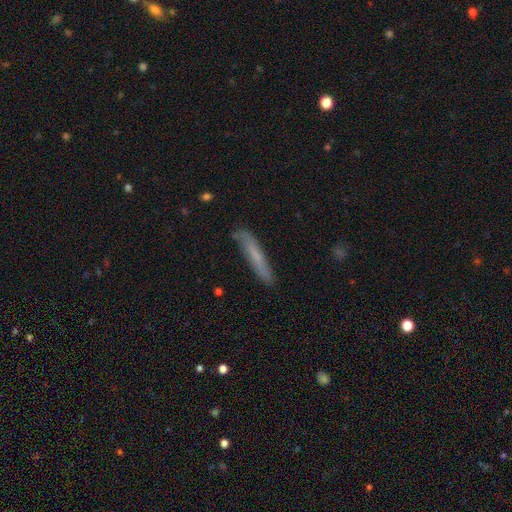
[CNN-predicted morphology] smooth 63%, featured or disk 30%, star or artifact 7%. Down the decision tree: how rounded — cigar-shaped (93%); merging — none (81%).